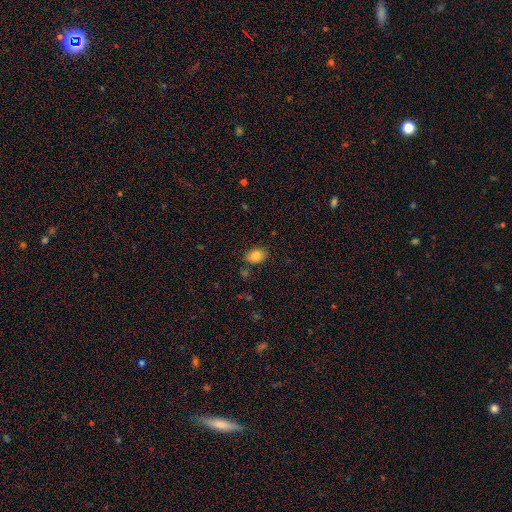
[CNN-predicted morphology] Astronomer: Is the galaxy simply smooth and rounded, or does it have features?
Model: smooth — 84%.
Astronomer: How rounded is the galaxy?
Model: in between — 74%.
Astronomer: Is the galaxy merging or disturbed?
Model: none — 82%.